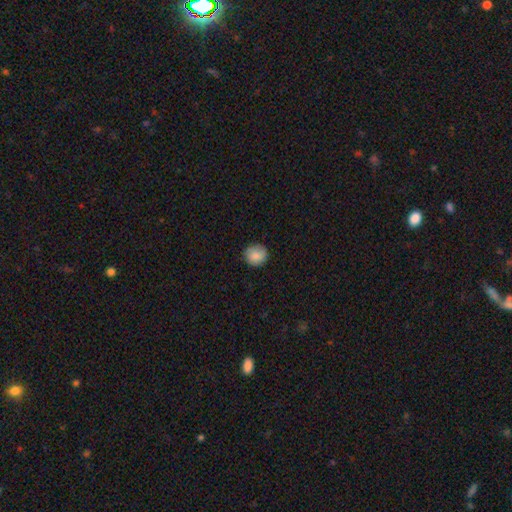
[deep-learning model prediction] Smooth or featured?
  - smooth: 86% *
  - star or artifact: 7%
  - featured or disk: 7%
How rounded?
  - round: 88% *
  - in between: 11%
  - cigar-shaped: 1%
Merging?
  - none: 84% *
  - minor disturbance: 12%
  - major disturbance: 3%
  - merger: 1%